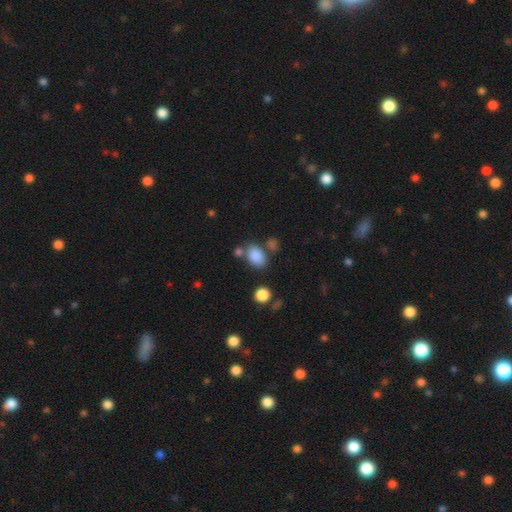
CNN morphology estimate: Overall: smooth (85%). How rounded: in between (78%). Merging: none (61%).